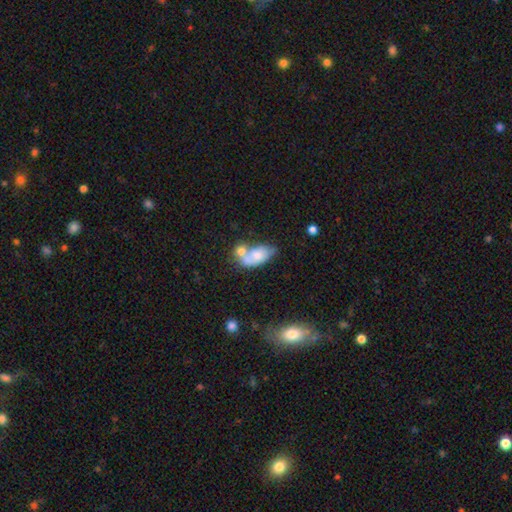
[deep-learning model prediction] The model was most divided on "merging": merger: 54%, none: 24%, minor disturbance: 14%, major disturbance: 8%. More confident: how rounded — in between (87%); smooth or featured — smooth (64%).